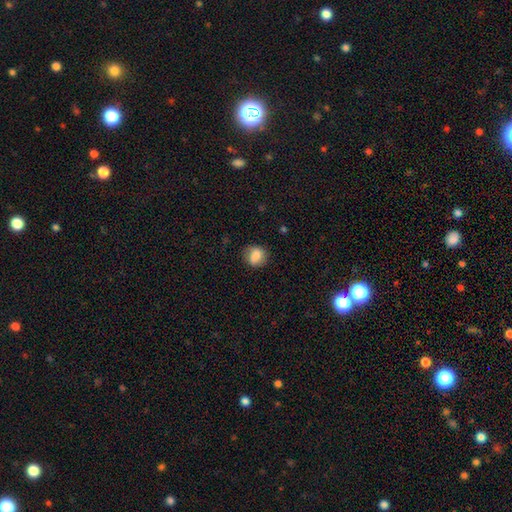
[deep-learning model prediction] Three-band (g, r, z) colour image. It shows a smooth galaxy with no disk features (82%) that is round (60%). Merging: none (77%).